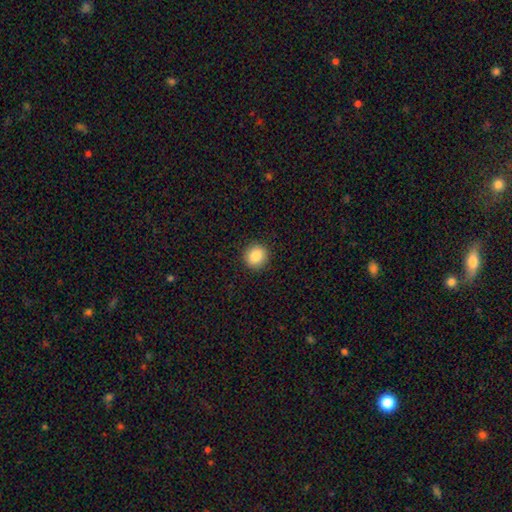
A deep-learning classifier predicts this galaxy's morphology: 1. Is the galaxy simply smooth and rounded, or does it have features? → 87% smooth, 9% star or artifact, 4% featured or disk.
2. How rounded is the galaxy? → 91% round, 8% in between, 1% cigar-shaped.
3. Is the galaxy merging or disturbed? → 91% none, 6% minor disturbance, 2% major disturbance, 1% merger.